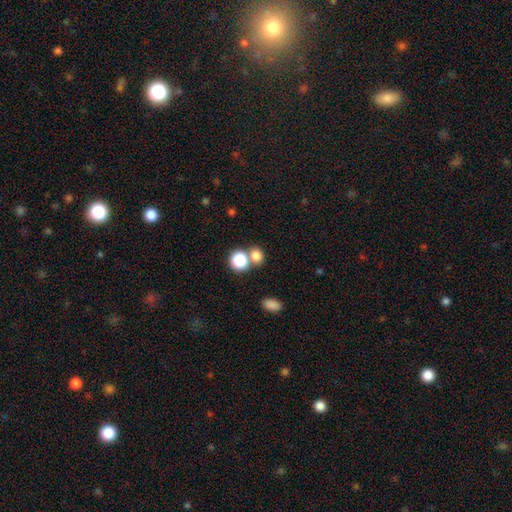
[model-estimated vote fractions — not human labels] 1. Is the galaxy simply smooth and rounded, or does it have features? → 78% smooth, 16% star or artifact, 7% featured or disk.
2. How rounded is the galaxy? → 66% round, 33% in between, 1% cigar-shaped.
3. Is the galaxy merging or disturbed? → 55% none, 34% merger, 8% minor disturbance, 3% major disturbance.